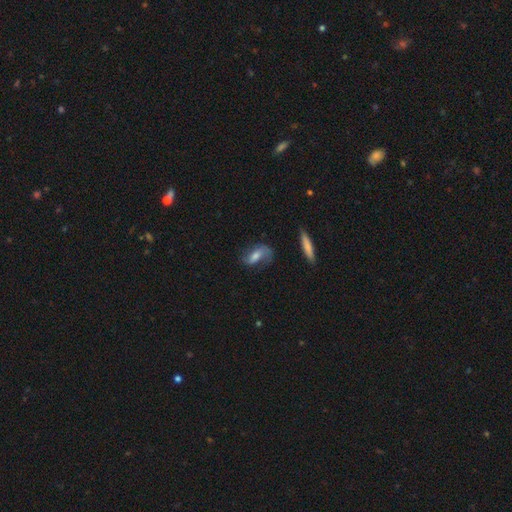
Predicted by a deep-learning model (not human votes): The model was most divided on "smooth or featured": featured or disk: 54%, smooth: 37%, star or artifact: 8%. More confident: edge-on disk — no (90%); merging — none (60%).